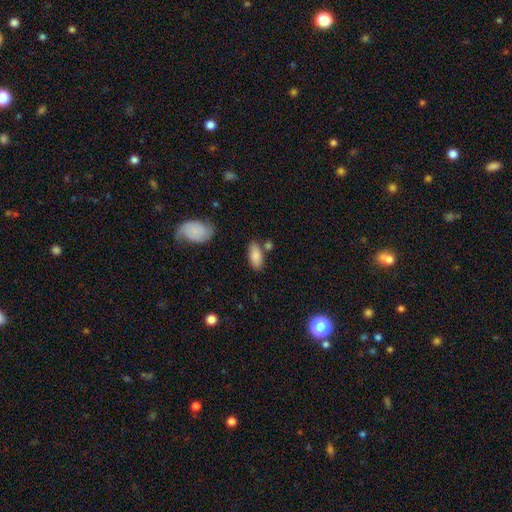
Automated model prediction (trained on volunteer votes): Smooth or featured? Predicted: smooth (p=0.85). How rounded? Predicted: in between (p=0.89). Merging? Predicted: none (p=0.73).